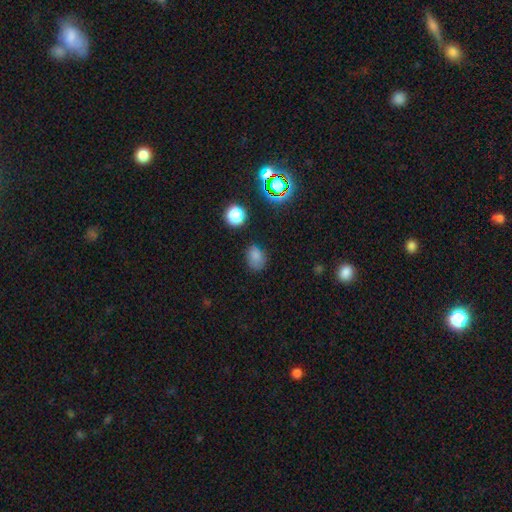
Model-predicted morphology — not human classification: Q: Smooth or featured?
A: smooth (73%); runner-up: star or artifact (19%)
Q: How rounded?
A: in between (59%); runner-up: round (39%)
Q: Merging?
A: none (71%); runner-up: minor disturbance (20%)